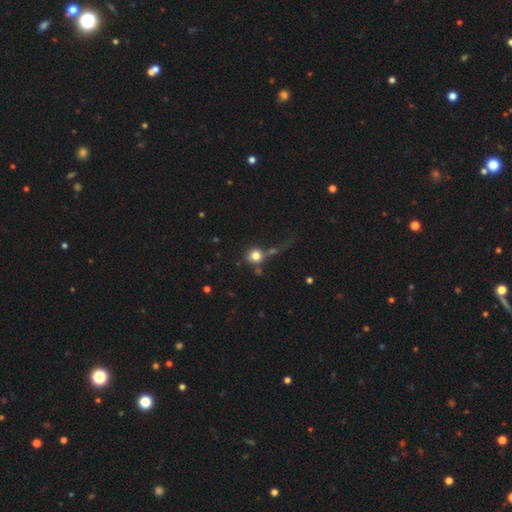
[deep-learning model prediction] smooth 79%, star or artifact 11%, featured or disk 10%. Down the decision tree: how rounded — round (87%); merging — none (49%).